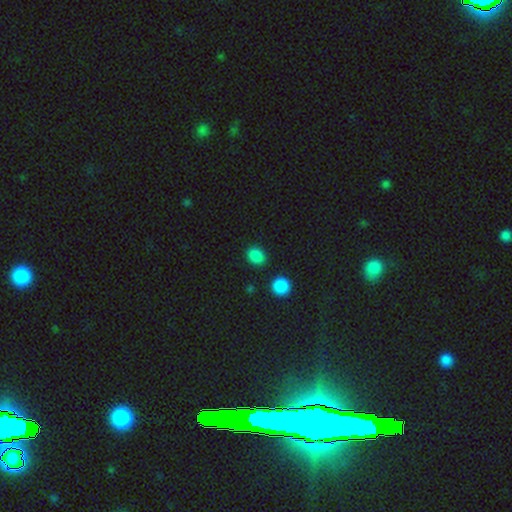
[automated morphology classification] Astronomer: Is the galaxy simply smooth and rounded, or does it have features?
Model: smooth — 86%.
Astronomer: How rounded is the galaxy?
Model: round — 50% (runner-up: in between, 49%).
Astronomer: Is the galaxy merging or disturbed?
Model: none — 85%.